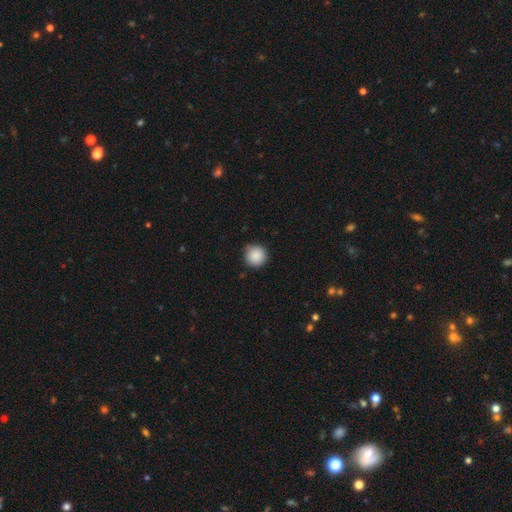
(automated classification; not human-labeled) Smooth or featured? Predicted: smooth (p=0.89). How rounded? Predicted: round (p=0.96). Merging? Predicted: none (p=0.86).